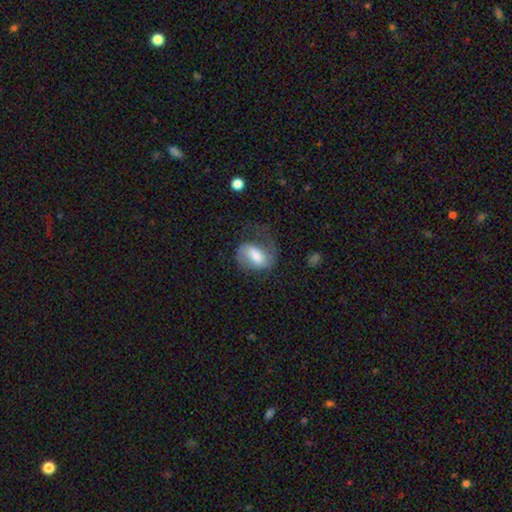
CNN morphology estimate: Q: Smooth or featured?
A: featured or disk (52%); runner-up: smooth (41%)
Q: Edge-on disk?
A: no (96%); runner-up: yes (4%)
Q: Merging?
A: none (40%); runner-up: major disturbance (36%)